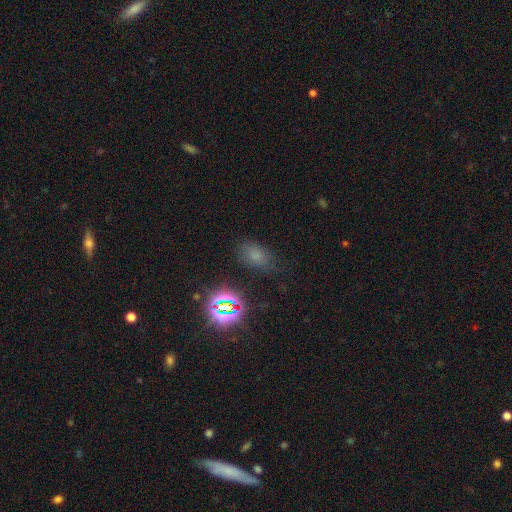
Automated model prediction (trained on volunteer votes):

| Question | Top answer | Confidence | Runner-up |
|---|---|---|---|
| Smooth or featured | smooth | 64% | star or artifact (27%) |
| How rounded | in between | 83% | round (14%) |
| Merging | none | 72% | minor disturbance (19%) |